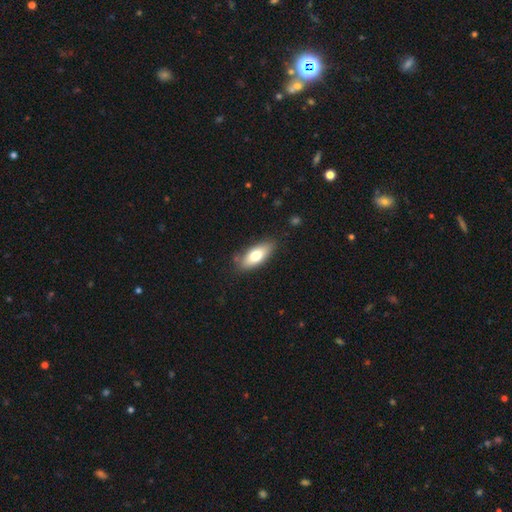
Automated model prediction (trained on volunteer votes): Smooth or featured: smooth — 72% (featured or disk — 22%)
How rounded: in between — 77% (cigar-shaped — 20%)
Merging: none — 81% (minor disturbance — 14%)